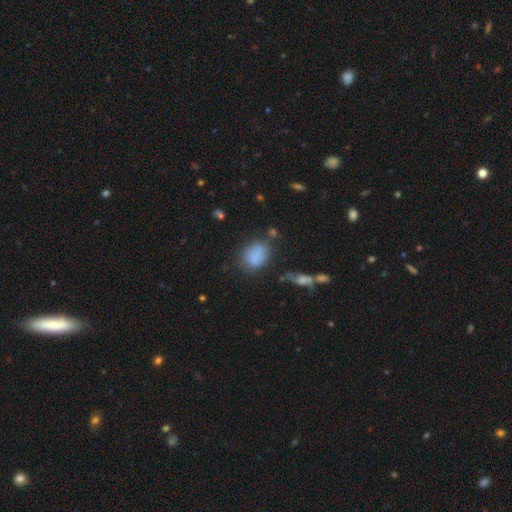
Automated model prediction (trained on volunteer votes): Smooth or featured: smooth — 79% (featured or disk — 11%)
How rounded: in between — 66% (round — 32%)
Merging: none — 60% (minor disturbance — 23%)